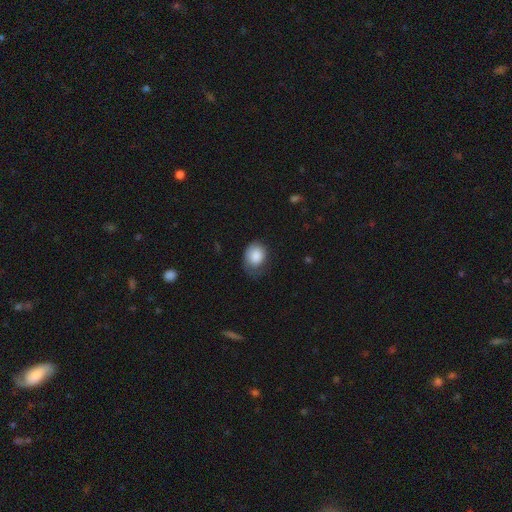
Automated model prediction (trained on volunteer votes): Smooth or featured? Predicted: smooth (p=0.82). How rounded? Predicted: in between (p=0.57). Merging? Predicted: none (p=0.44).